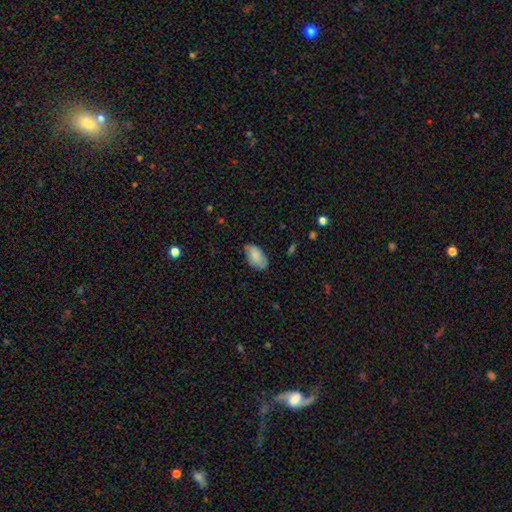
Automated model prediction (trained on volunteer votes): Smooth or featured? smooth (84%)
How rounded? in between (95%)
Merging? none (71%)